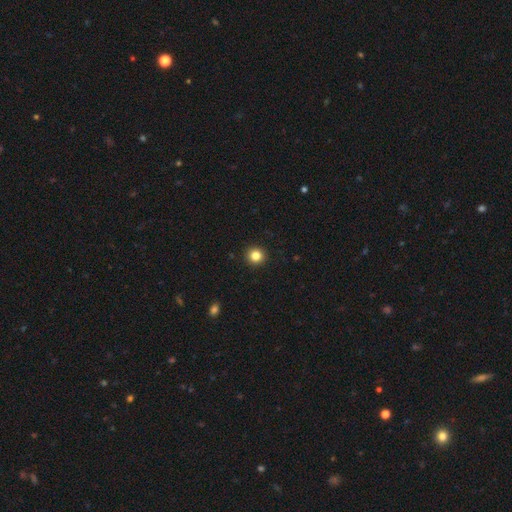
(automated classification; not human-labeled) A smooth galaxy with no disk features (84%) that is round (94%).

Vote fractions:
- Smooth or featured? smooth: 84% / star or artifact: 11% / featured or disk: 5%
- How rounded? round: 94% / in between: 5% / cigar-shaped: 1%
- Merging? none: 93% / minor disturbance: 4% / major disturbance: 1% / merger: 1%